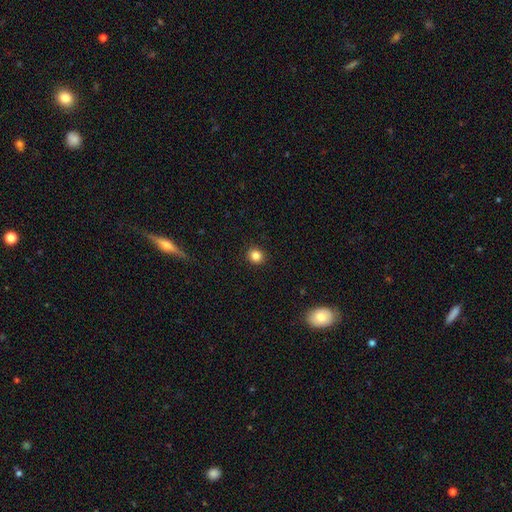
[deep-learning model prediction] smooth 84%, star or artifact 11%, featured or disk 4%. Down the decision tree: how rounded — round (86%); merging — none (92%).